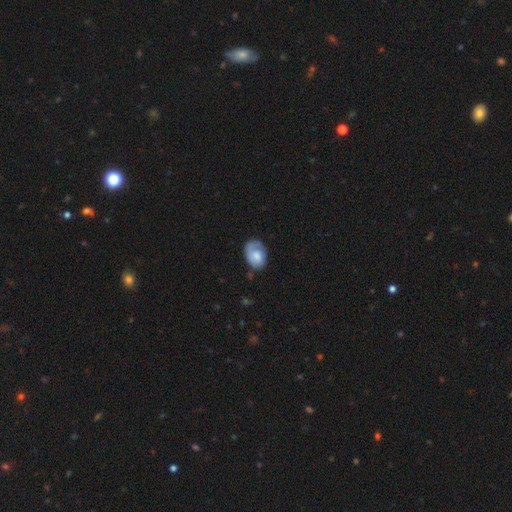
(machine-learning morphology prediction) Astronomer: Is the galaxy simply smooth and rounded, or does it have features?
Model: smooth — 59% (runner-up: featured or disk, 34%).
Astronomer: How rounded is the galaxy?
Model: in between — 80%.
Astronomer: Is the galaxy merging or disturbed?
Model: none — 51% (runner-up: minor disturbance, 31%).